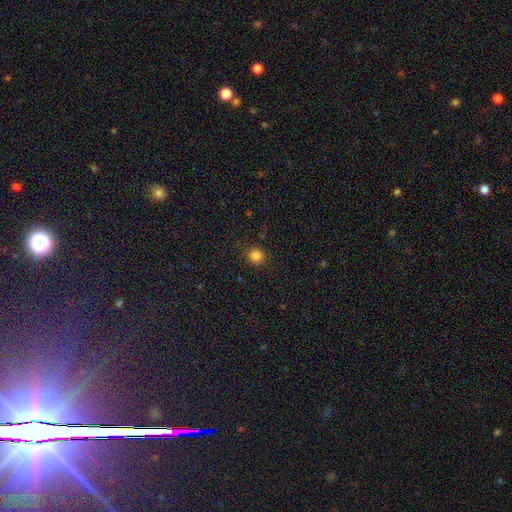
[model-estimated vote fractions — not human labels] smooth-or-featured: smooth: 84% | star or artifact: 12% | featured or disk: 3%
  how-rounded: round: 83% | in between: 16% | cigar-shaped: 1%
  merging: none: 87% | minor disturbance: 9% | major disturbance: 3% | merger: 1%